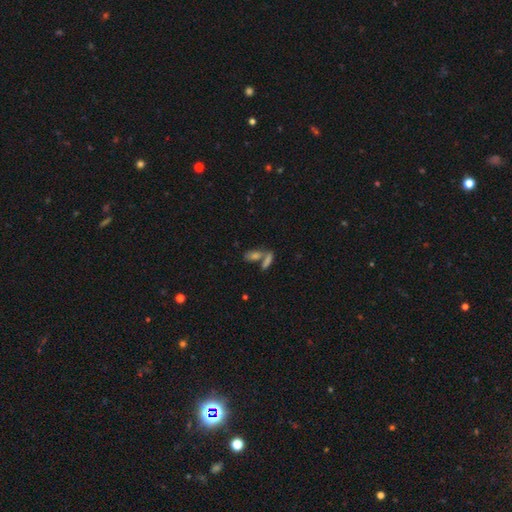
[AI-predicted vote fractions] This is likely a smooth galaxy (62%). How rounded: likely in between (63%). Merging: marginally none (44%).